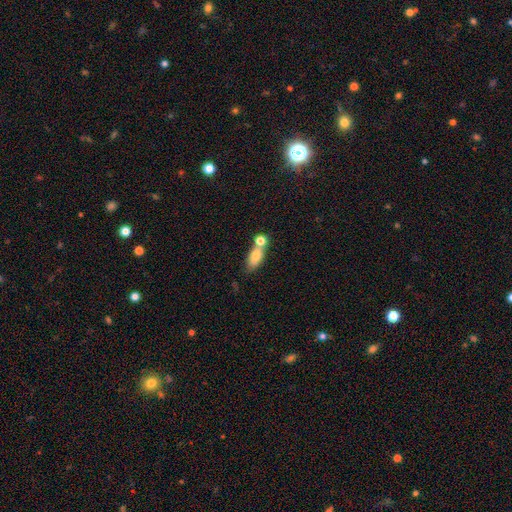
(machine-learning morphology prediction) A smooth galaxy with no disk features (75%) that is in between round and cigar-shaped (76%).

Vote fractions:
- Smooth or featured? smooth: 75% / featured or disk: 17% / star or artifact: 8%
- How rounded? in between: 76% / round: 12% / cigar-shaped: 12%
- Merging? merger: 47% / none: 39% / minor disturbance: 10% / major disturbance: 4%